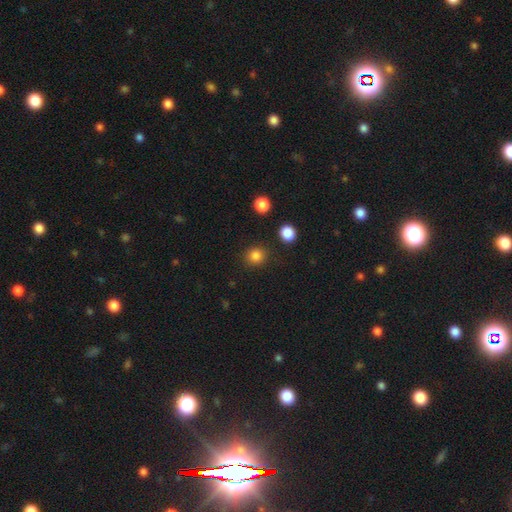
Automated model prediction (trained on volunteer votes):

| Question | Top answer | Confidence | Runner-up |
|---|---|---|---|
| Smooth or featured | smooth | 84% | star or artifact (13%) |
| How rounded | round | 89% | in between (10%) |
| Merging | none | 88% | minor disturbance (7%) |